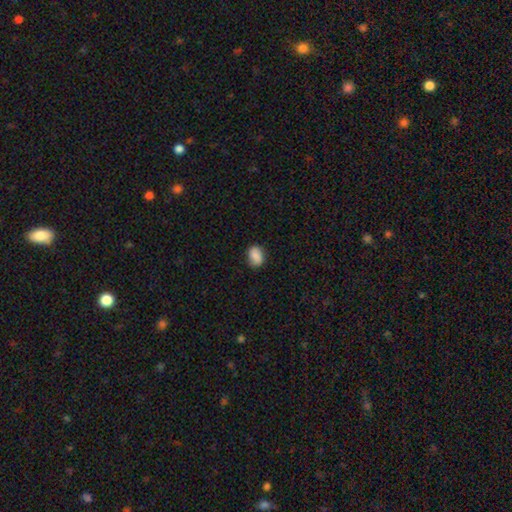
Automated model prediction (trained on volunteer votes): A smooth galaxy with no disk features (86%) that is in between round and cigar-shaped (75%). Merging: none (80%).